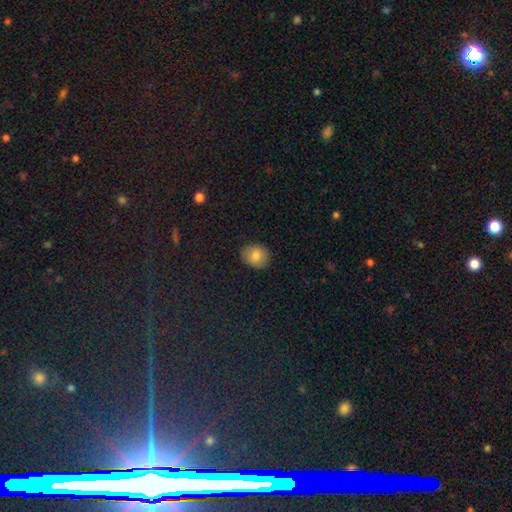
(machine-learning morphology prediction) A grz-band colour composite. It shows a smooth galaxy with no disk features (82%) that is round (66%). Merging: none (87%).